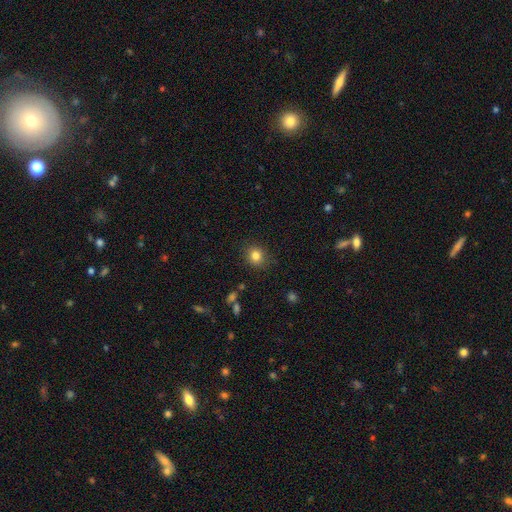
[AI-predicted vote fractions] Smooth or featured?
  - smooth: 82% *
  - star or artifact: 11%
  - featured or disk: 6%
How rounded?
  - round: 81% *
  - in between: 18%
  - cigar-shaped: 1%
Merging?
  - none: 88% *
  - minor disturbance: 8%
  - major disturbance: 3%
  - merger: 1%